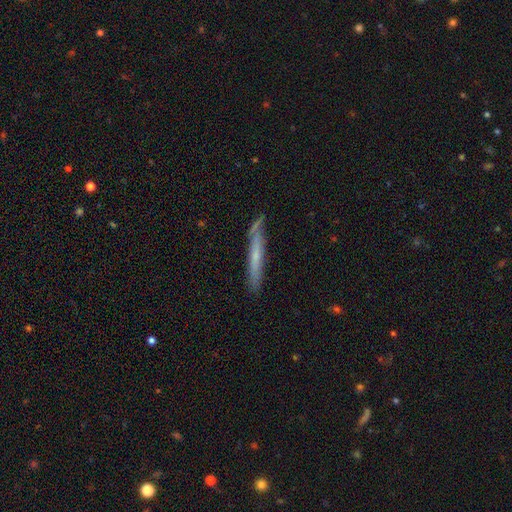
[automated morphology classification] Smooth or featured? featured or disk (49%)
Merging? none (73%)